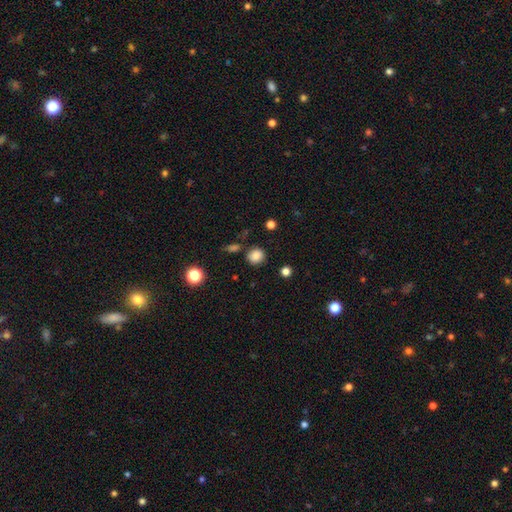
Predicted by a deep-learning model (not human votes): smooth_or_featured: smooth (p=0.85) [alt: star or artifact p=0.11]
how_rounded: round (p=0.85) [alt: in between p=0.14]
merging: none (p=0.83) [alt: minor disturbance p=0.10]